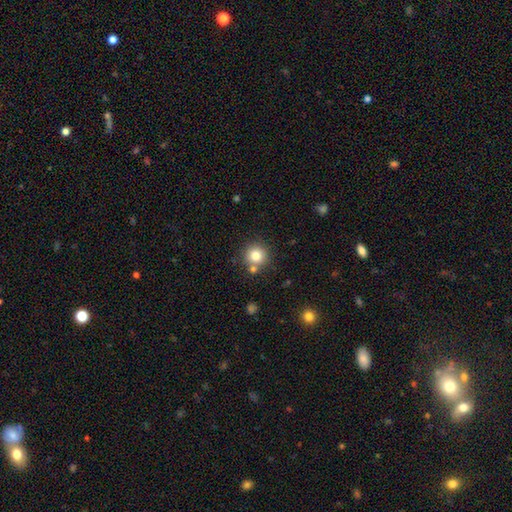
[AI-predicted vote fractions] A smooth galaxy with no disk features (80%) that is round (94%). Merging: none (76%).